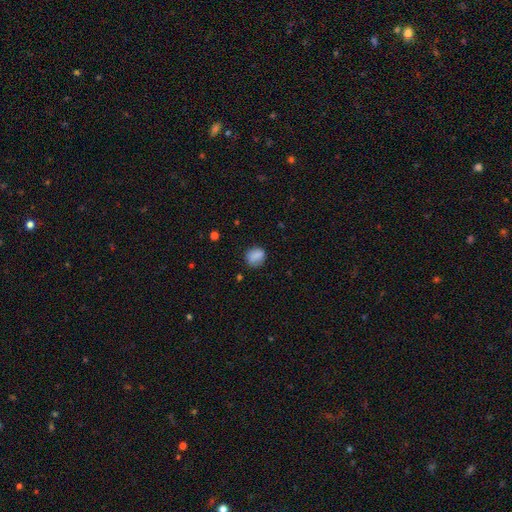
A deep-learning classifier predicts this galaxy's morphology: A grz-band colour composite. It shows a smooth galaxy with no disk features (84%) that is round (62%). Merging: none (74%).